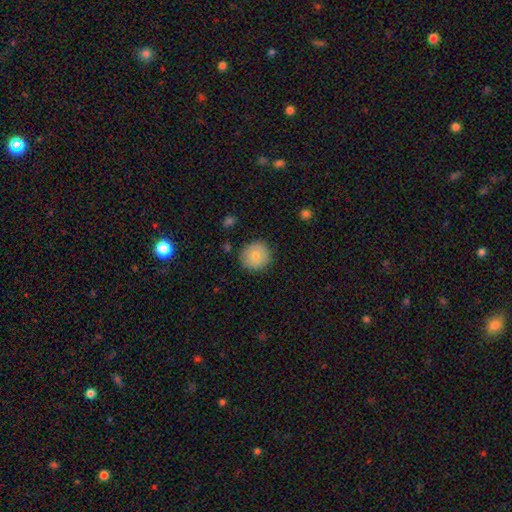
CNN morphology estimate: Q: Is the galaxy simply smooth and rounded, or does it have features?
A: smooth — 76%.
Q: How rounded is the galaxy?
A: round — 93%.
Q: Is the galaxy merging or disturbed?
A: none — 88%.